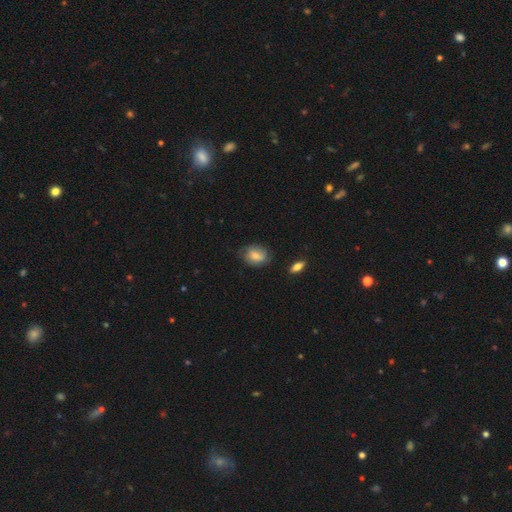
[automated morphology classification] The model was most divided on "how rounded": in between: 65%, round: 33%, cigar-shaped: 2%. More confident: smooth or featured — smooth (70%); merging — none (67%).